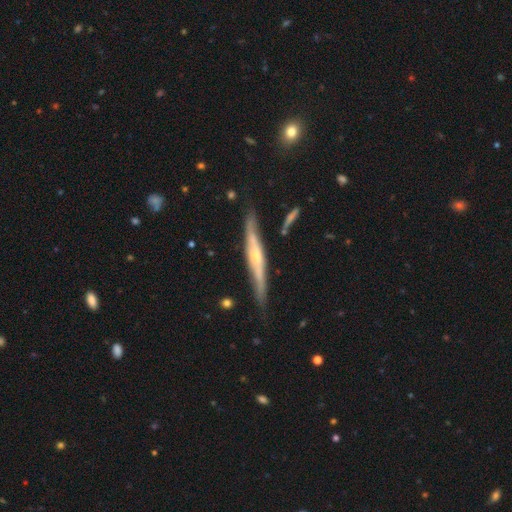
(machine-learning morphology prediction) type=featured or disk (75%); edge-on=yes (93%); edge-on bulge=rounded (74%); merging=none (82%).